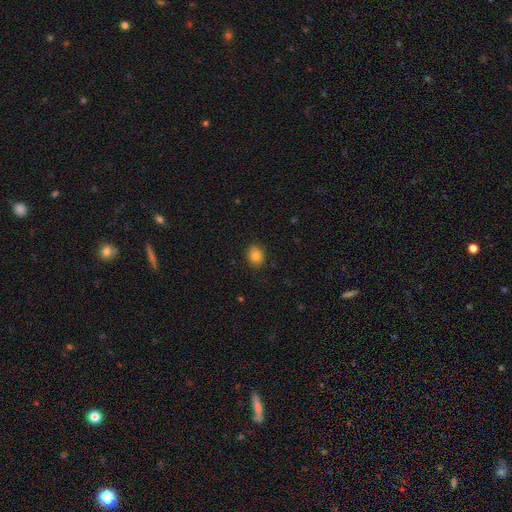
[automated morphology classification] smooth 84%, star or artifact 10%, featured or disk 6%. Down the decision tree: how rounded — round (53%); merging — none (89%).